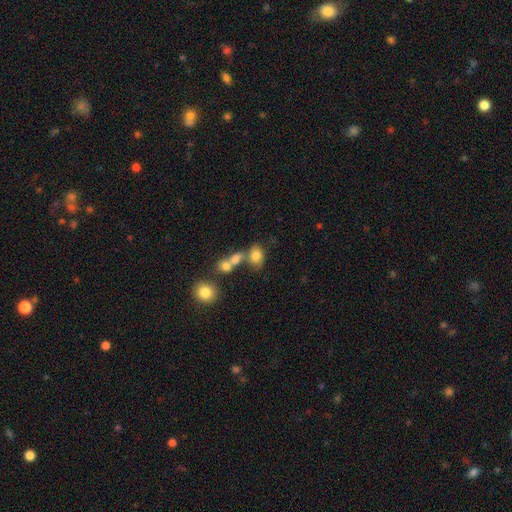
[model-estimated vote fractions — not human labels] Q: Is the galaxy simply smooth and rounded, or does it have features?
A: smooth — 77%.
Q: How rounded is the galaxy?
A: in between — 68%.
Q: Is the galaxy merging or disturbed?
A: none — 44%.